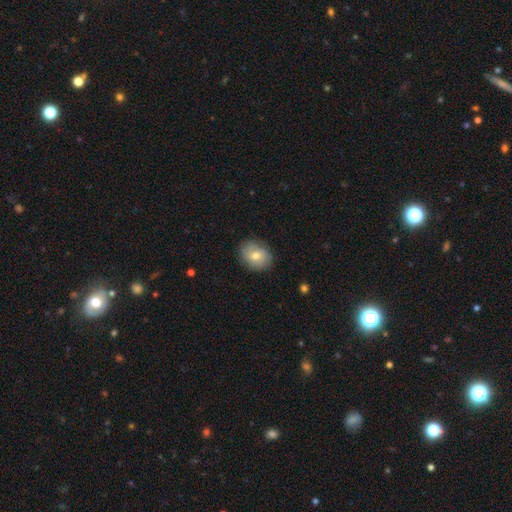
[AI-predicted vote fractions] This appears to be a smooth galaxy with no disk features (72%) that is round (51%). Merging: none (86%).